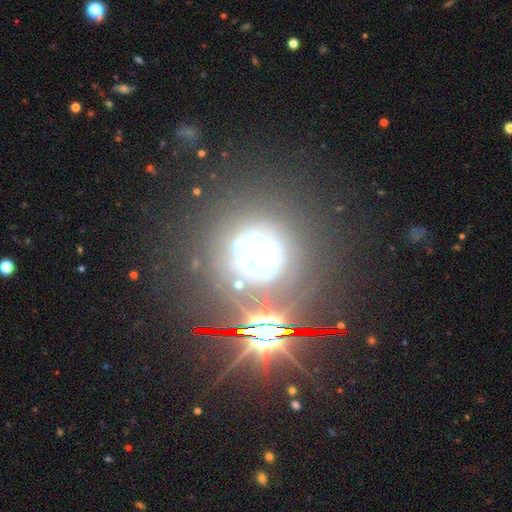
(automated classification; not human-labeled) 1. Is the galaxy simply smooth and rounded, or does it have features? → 43% star or artifact, 42% featured or disk, 15% smooth.